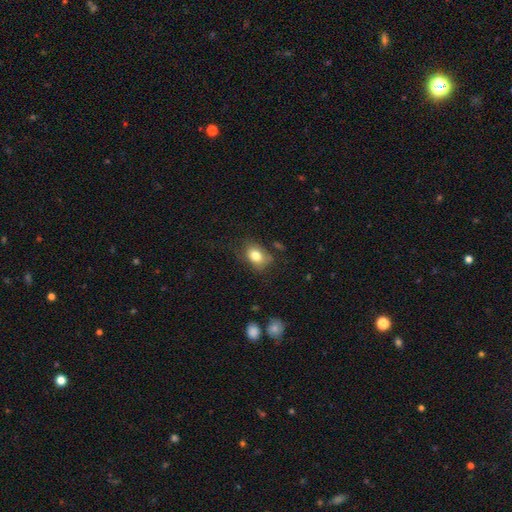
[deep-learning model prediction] Overall: smooth (80%). How rounded: in between (77%). Merging: none (64%).